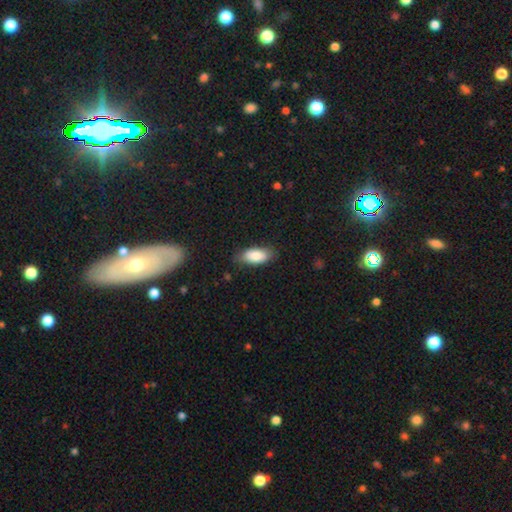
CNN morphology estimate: smooth-or-featured: smooth: 85% | featured or disk: 9% | star or artifact: 6%
  how-rounded: in between: 88% | cigar-shaped: 9% | round: 2%
  merging: none: 77% | minor disturbance: 18% | major disturbance: 4% | merger: 1%